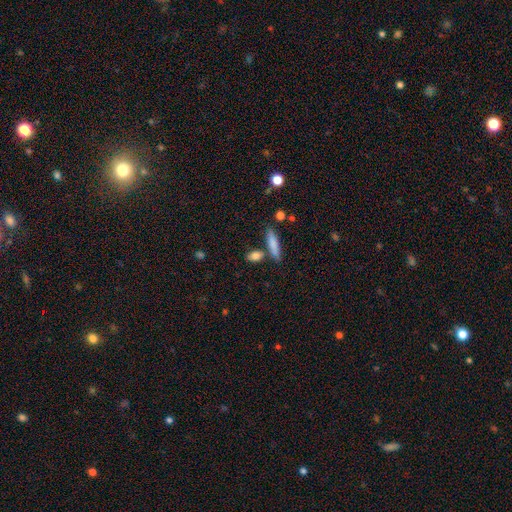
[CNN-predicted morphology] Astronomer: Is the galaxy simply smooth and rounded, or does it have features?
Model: smooth — 82%.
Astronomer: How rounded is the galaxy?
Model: in between — 60%.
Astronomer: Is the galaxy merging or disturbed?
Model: none — 69%.